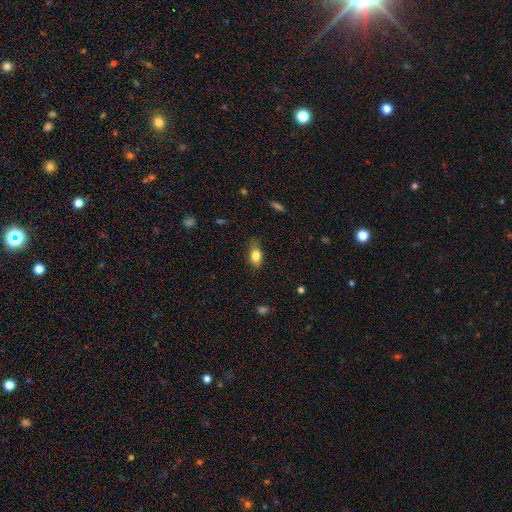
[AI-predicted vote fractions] smooth 80%, featured or disk 12%, star or artifact 8%. Down the decision tree: how rounded — in between (83%); merging — none (73%).